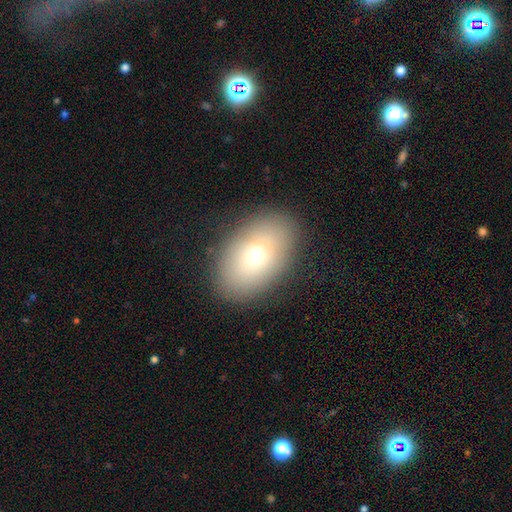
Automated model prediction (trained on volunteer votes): A smooth galaxy with no disk features (70%) that is in between round and cigar-shaped (85%).

Vote fractions:
- Smooth or featured? smooth: 70% / featured or disk: 19% / star or artifact: 11%
- How rounded? in between: 85% / round: 13% / cigar-shaped: 1%
- Merging? none: 87% / minor disturbance: 9% / major disturbance: 3% / merger: 1%